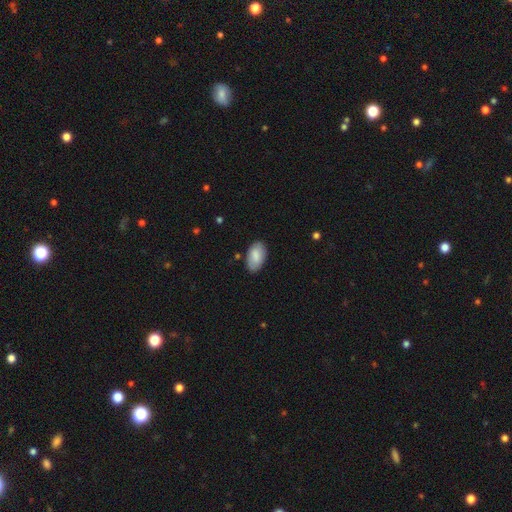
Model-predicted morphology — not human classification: The model was most divided on "merging": none: 82%, minor disturbance: 14%, major disturbance: 3%, merger: 1%. More confident: how rounded — in between (95%); smooth or featured — smooth (82%).